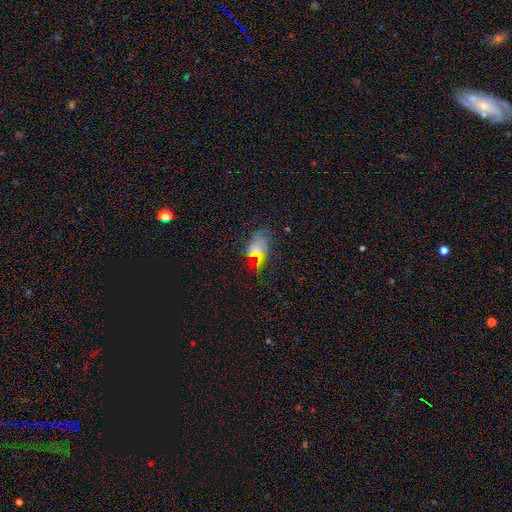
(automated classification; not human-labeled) A smooth galaxy with no disk features (43%). Merging: none (58%).